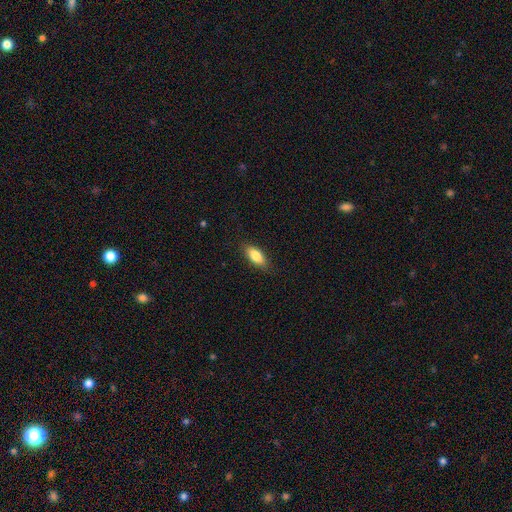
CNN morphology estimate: A smooth galaxy with no disk features (82%) that is in between round and cigar-shaped (82%).

Vote fractions:
- Smooth or featured? smooth: 82% / featured or disk: 11% / star or artifact: 7%
- How rounded? in between: 82% / cigar-shaped: 16% / round: 3%
- Merging? none: 85% / minor disturbance: 12% / major disturbance: 3% / merger: 1%